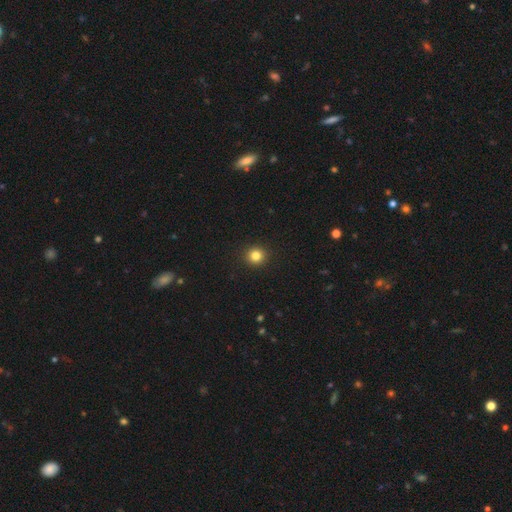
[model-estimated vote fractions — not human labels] The model was most divided on "smooth or featured": smooth: 82%, star or artifact: 13%, featured or disk: 5%. More confident: how rounded — round (93%); merging — none (93%).